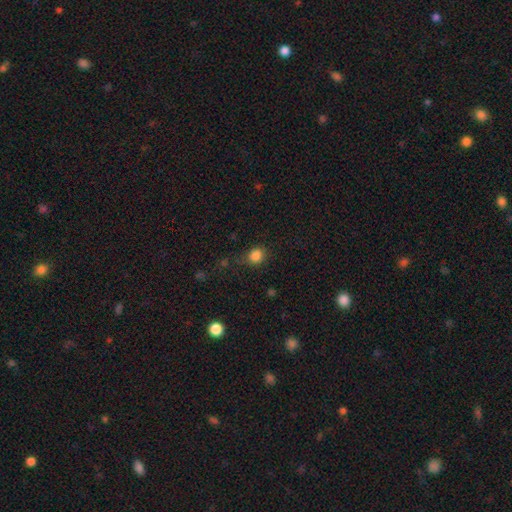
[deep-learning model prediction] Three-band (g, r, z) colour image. It shows a smooth galaxy with no disk features (83%) that is round (69%). Merging: none (65%).